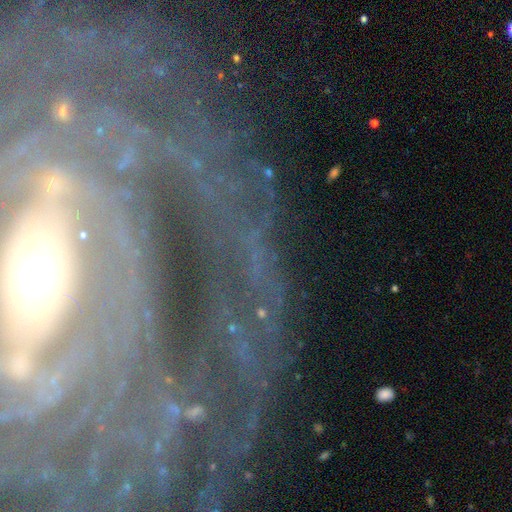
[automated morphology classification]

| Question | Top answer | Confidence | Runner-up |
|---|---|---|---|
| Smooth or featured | featured or disk | 60% | star or artifact (28%) |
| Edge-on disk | no | 84% | yes (16%) |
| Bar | strong | 37% | no (34%) |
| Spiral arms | yes | 86% | no (14%) |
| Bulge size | small | 48% | moderate (33%) |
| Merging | none | 73% | minor disturbance (14%) |